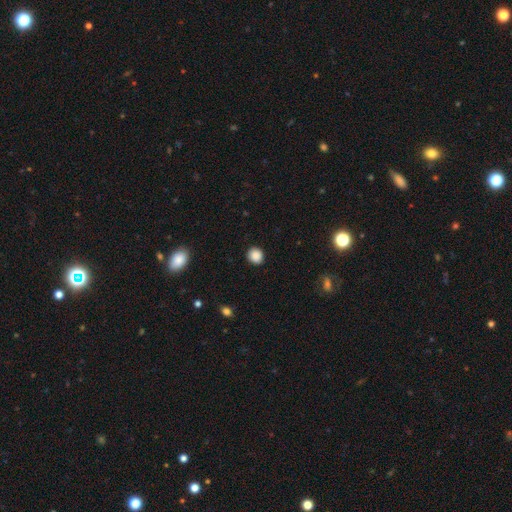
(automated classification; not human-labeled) Overall: smooth (87%). How rounded: round (86%). Merging: none (91%).